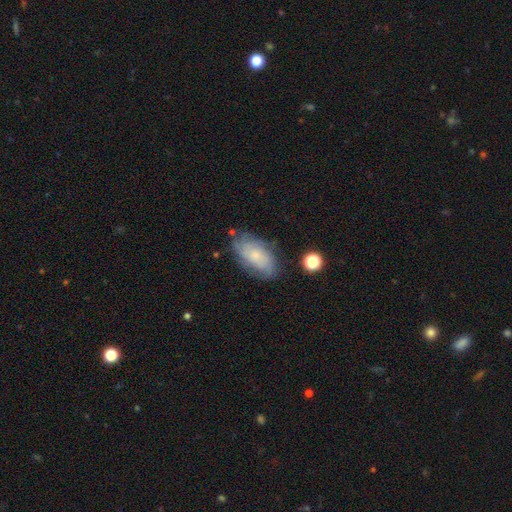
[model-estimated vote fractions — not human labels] smooth 49%, featured or disk 43%, star or artifact 8%. Down the decision tree: merging — none (69%).